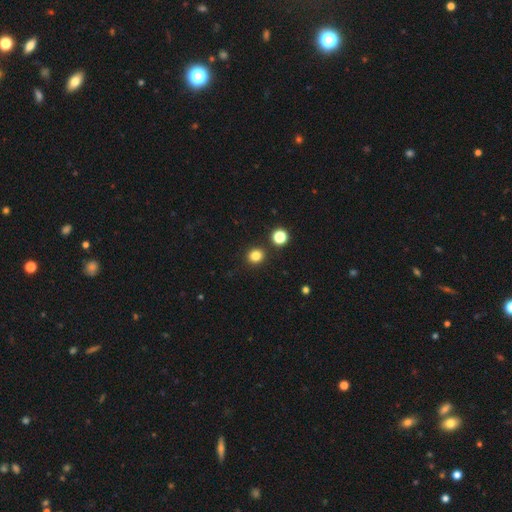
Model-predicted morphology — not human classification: type=smooth (82%); roundness=round (87%); merging=none (88%).